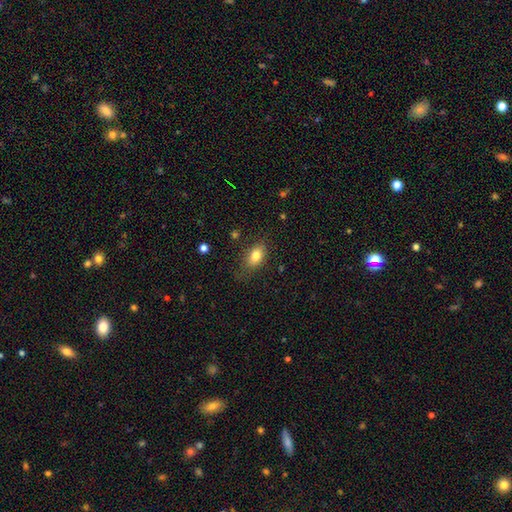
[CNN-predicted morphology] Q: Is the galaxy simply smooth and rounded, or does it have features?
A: smooth — 81%.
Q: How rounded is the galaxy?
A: in between — 86%.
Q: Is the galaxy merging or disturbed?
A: none — 74%.